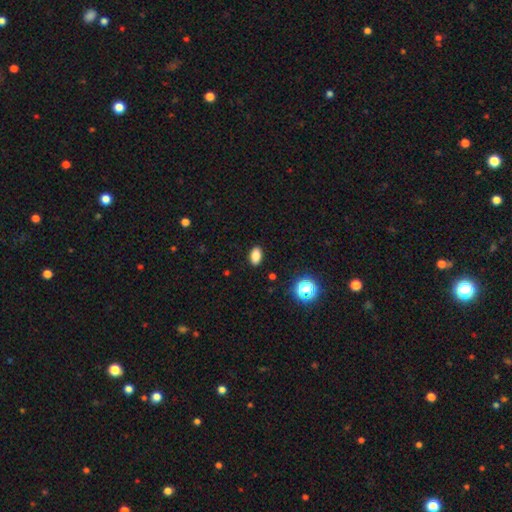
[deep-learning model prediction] Morphology: type=smooth (83%); roundness=in between (89%); merging=none (89%).